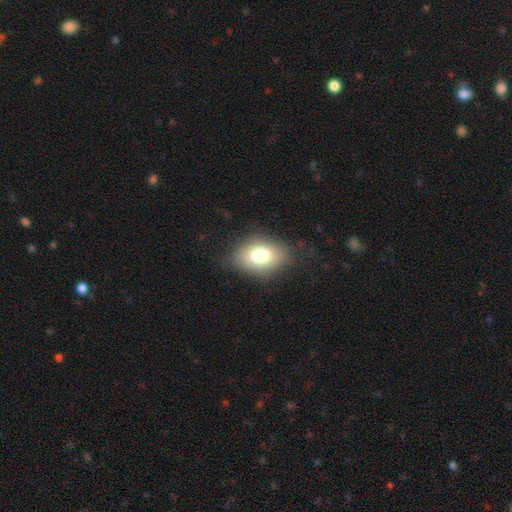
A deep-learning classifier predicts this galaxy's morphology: smooth 76%, featured or disk 15%, star or artifact 10%. Down the decision tree: how rounded — in between (81%); merging — none (77%).